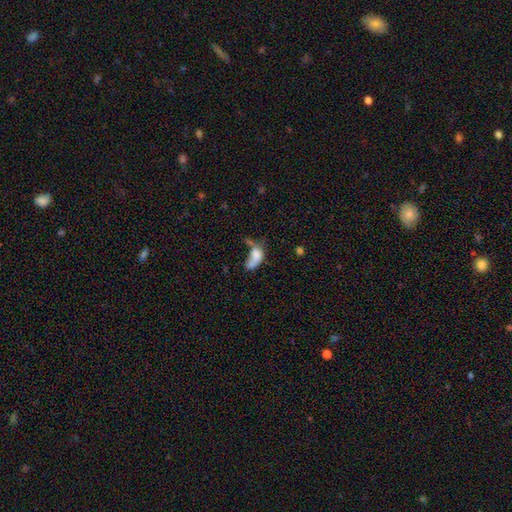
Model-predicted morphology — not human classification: A smooth galaxy with no disk features (66%) that is in between round and cigar-shaped (85%).

Vote fractions:
- Smooth or featured? smooth: 66% / featured or disk: 23% / star or artifact: 10%
- How rounded? in between: 85% / round: 11% / cigar-shaped: 4%
- Merging? major disturbance: 34% / merger: 32% / none: 18% / minor disturbance: 16%